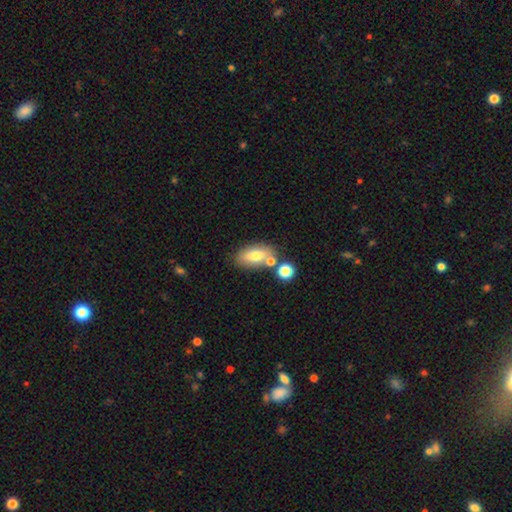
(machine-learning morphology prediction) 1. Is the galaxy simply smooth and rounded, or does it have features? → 71% smooth, 20% featured or disk, 9% star or artifact.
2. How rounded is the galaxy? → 86% in between, 8% round, 6% cigar-shaped.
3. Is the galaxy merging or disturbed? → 65% none, 17% merger, 14% minor disturbance, 4% major disturbance.